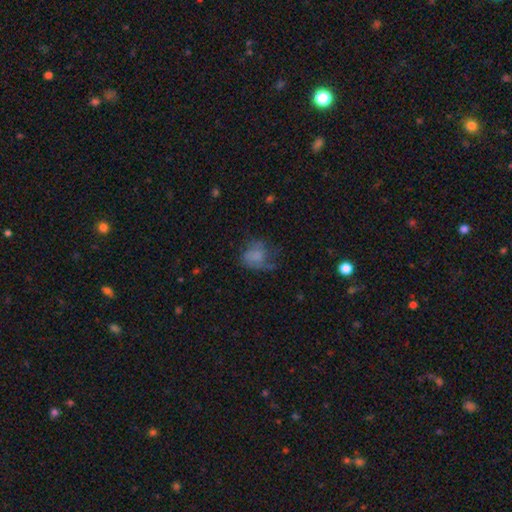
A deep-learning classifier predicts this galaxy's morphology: This appears to be a smooth galaxy with no disk features (59%) that is round (52%). Merging: none (37%).